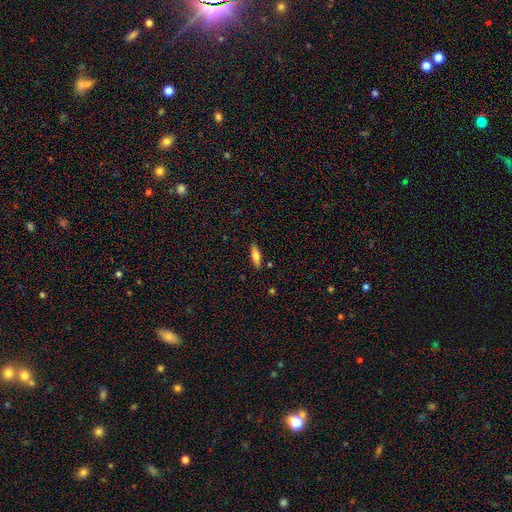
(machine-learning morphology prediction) Smooth or featured?
  - smooth: 70% *
  - featured or disk: 23%
  - star or artifact: 7%
How rounded?
  - cigar-shaped: 52% *
  - in between: 45%
  - round: 2%
Merging?
  - none: 86% *
  - minor disturbance: 10%
  - merger: 2%
  - major disturbance: 2%